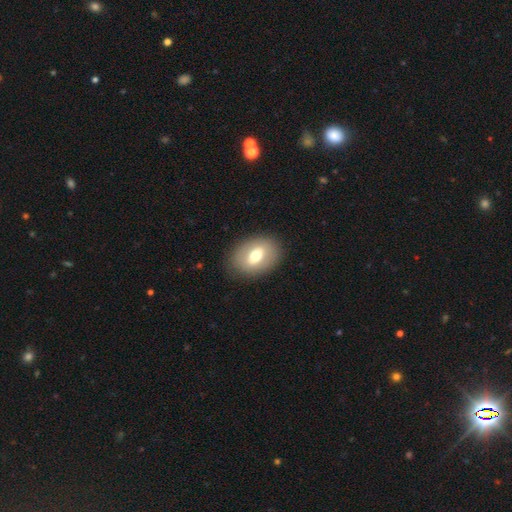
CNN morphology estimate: Smooth or featured? Predicted: smooth (p=0.59). How rounded? Predicted: in between (p=0.75). Merging? Predicted: none (p=0.85).